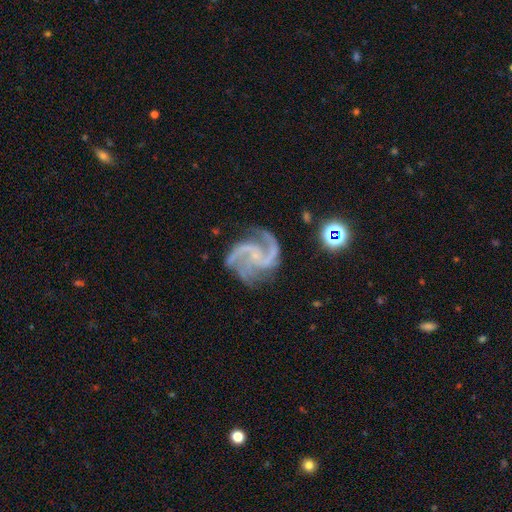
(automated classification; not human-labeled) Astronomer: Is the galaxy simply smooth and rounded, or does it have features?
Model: featured or disk — 92%.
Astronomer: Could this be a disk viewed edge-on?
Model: no — 98%.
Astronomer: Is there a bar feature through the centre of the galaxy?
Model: no — 57% (runner-up: weak, 33%).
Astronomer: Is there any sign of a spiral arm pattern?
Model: yes — 98%.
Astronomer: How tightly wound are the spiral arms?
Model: medium — 58%.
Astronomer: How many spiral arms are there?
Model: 3 — 43% (runner-up: 2, 36%).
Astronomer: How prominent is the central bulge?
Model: small — 65%.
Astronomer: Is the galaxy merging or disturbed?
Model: none — 70%.